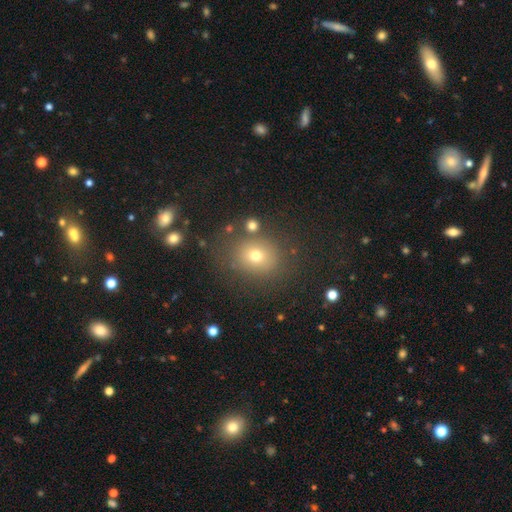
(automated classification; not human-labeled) smooth_or_featured: smooth (p=0.69) [alt: star or artifact p=0.18]
how_rounded: round (p=0.72) [alt: in between p=0.27]
merging: none (p=0.78) [alt: minor disturbance p=0.11]